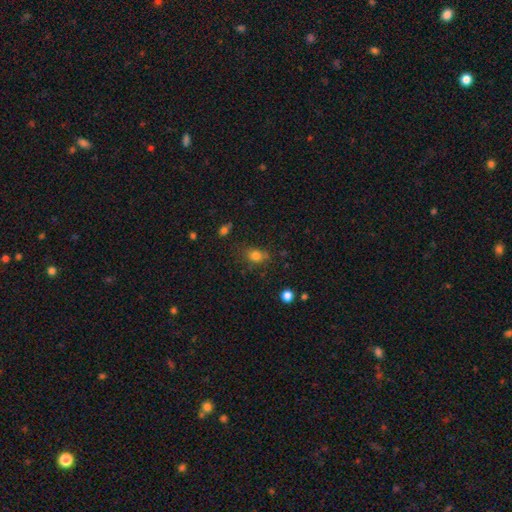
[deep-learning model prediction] Smooth or featured? smooth (80%)
How rounded? in between (53%)
Merging? none (70%)